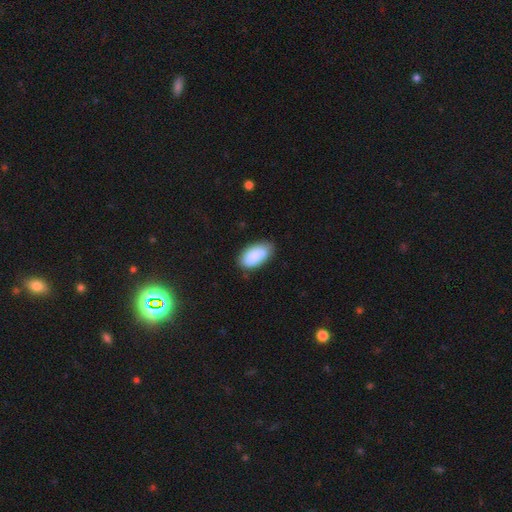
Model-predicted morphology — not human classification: smooth-or-featured: smooth: 86% | featured or disk: 8% | star or artifact: 6%
  how-rounded: in between: 94% | cigar-shaped: 3% | round: 3%
  merging: none: 72% | minor disturbance: 21% | major disturbance: 4% | merger: 3%